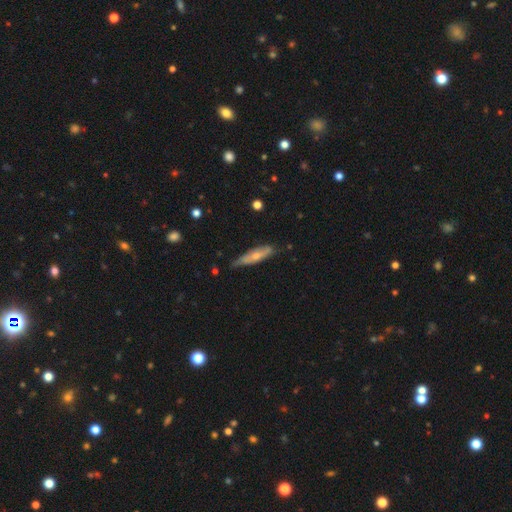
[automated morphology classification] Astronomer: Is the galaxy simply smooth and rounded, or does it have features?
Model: smooth — 52% (runner-up: featured or disk, 43%).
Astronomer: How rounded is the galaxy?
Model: cigar-shaped — 72%.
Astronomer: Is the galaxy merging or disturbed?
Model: none — 64%.